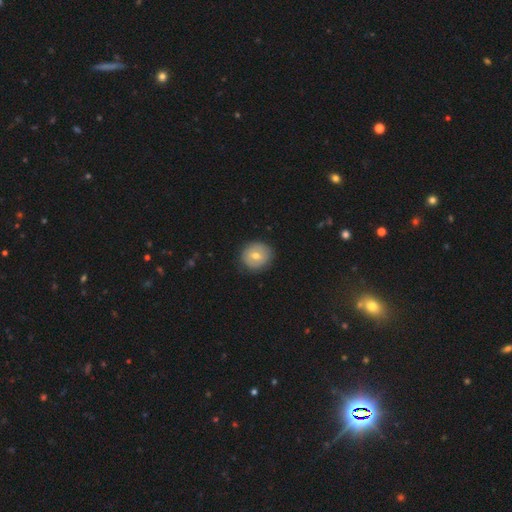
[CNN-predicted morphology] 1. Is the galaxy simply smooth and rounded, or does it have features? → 62% smooth, 30% featured or disk, 8% star or artifact.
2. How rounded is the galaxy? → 89% round, 10% in between, 1% cigar-shaped.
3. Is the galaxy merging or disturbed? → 87% none, 10% minor disturbance, 2% major disturbance, 1% merger.